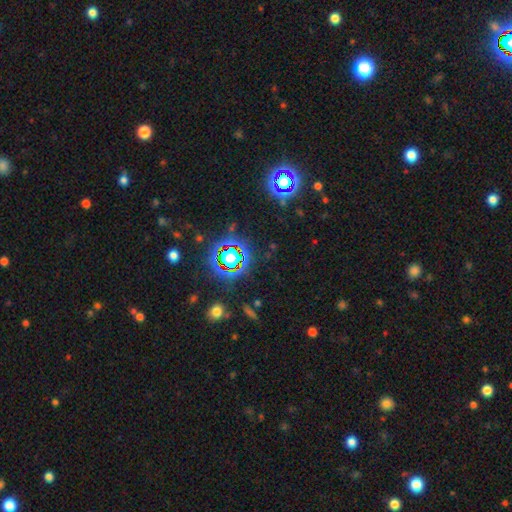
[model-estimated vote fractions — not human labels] The model was most divided on "smooth or featured": star or artifact: 81%, smooth: 11%, featured or disk: 8%.